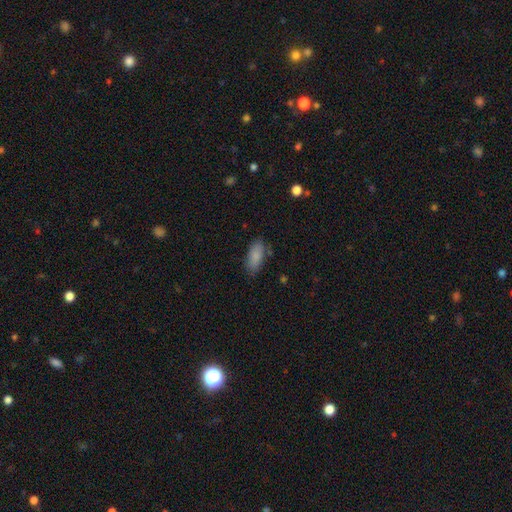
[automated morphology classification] This appears to be a smooth galaxy with no disk features (87%) that is in between round and cigar-shaped (86%). Merging: none (78%).